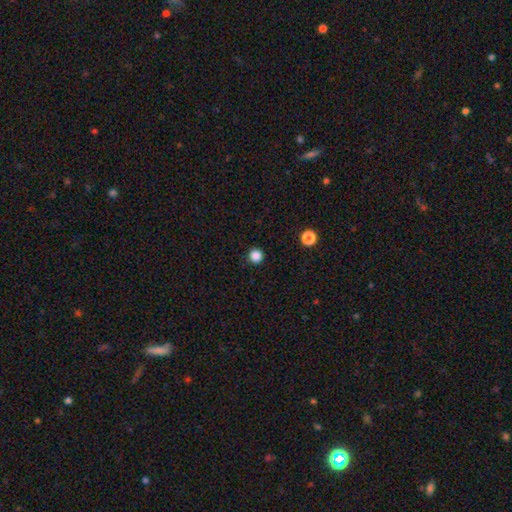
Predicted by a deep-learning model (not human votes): smooth-or-featured: smooth: 86% | star or artifact: 12% | featured or disk: 3%
  how-rounded: round: 96% | in between: 3% | cigar-shaped: 1%
  merging: none: 93% | minor disturbance: 5% | major disturbance: 2% | merger: 1%